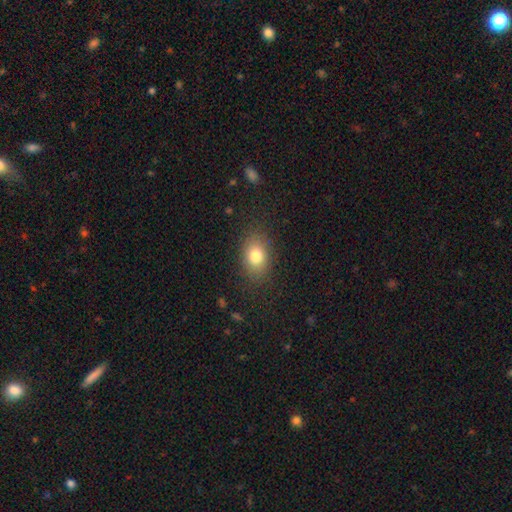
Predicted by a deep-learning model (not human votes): Smooth or featured: smooth — 79% (featured or disk — 11%)
How rounded: in between — 73% (round — 25%)
Merging: none — 84% (minor disturbance — 11%)